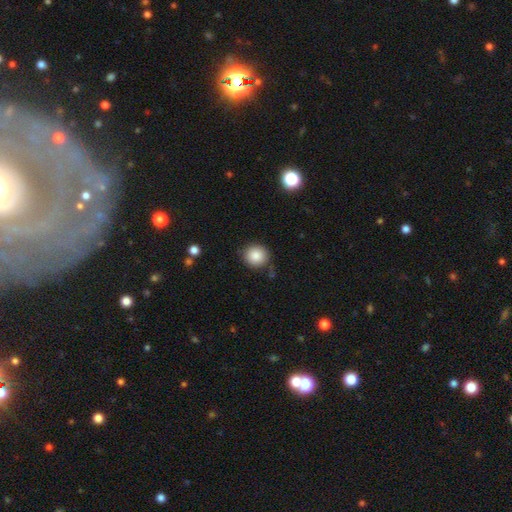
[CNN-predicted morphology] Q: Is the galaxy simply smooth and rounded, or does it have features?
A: smooth — 86%.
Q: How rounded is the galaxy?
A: round — 90%.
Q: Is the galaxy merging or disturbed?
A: none — 84%.